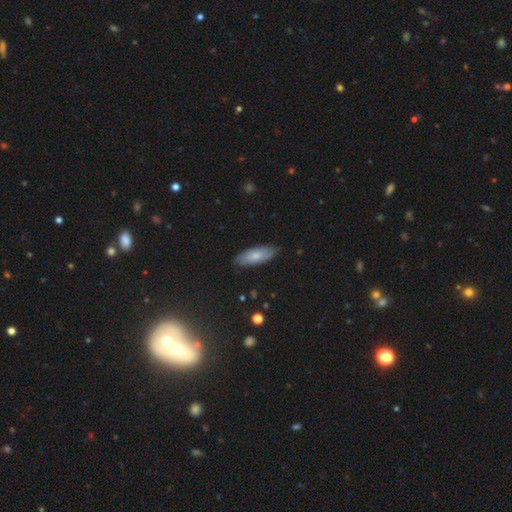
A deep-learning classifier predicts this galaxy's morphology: Smooth or featured? Predicted: smooth (p=0.75). How rounded? Predicted: in between (p=0.69). Merging? Predicted: none (p=0.85).